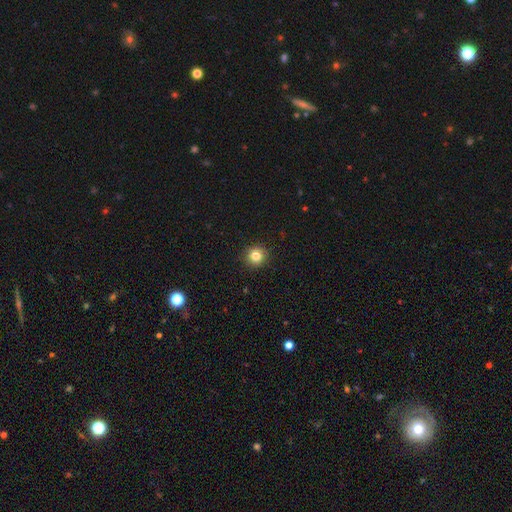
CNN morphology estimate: smooth 83%, star or artifact 11%, featured or disk 5%. Down the decision tree: how rounded — round (91%); merging — none (92%).